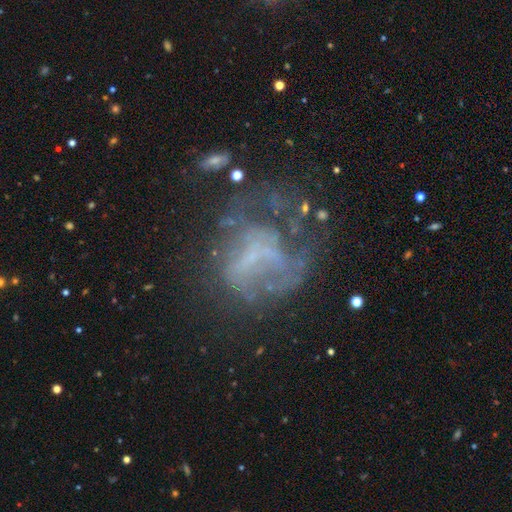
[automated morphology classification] Smooth or featured: featured or disk — 60% (smooth — 21%)
Edge-on disk: no — 97% (yes — 3%)
Bar: no — 67% (weak — 24%)
Spiral arms: no — 66% (yes — 34%)
Bulge size: none — 64% (small — 24%)
Merging: none — 38% (tied with major disturbance — 38%)